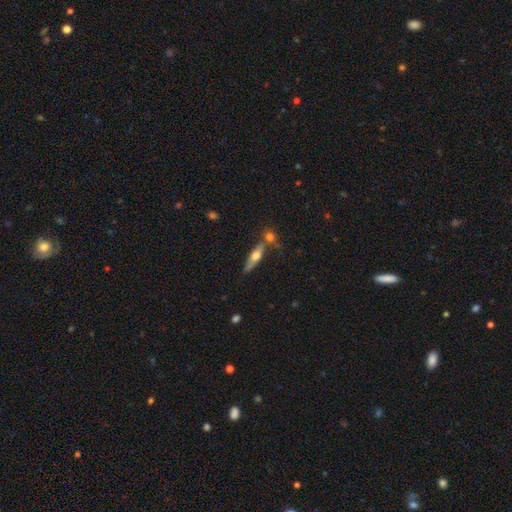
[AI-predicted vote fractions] This appears to be a featured or disk galaxy (48%). Merging: none (61%).